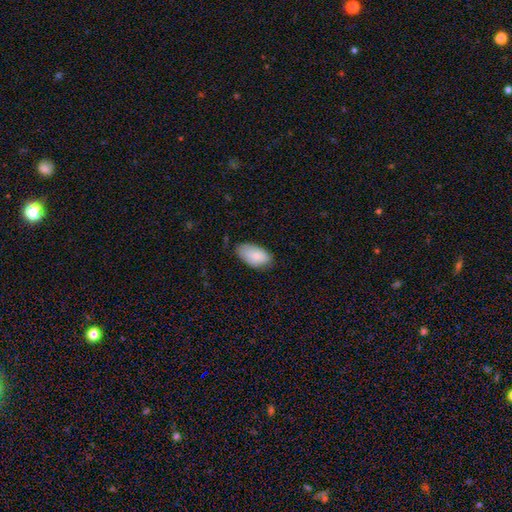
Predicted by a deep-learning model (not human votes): Smooth or featured: smooth — 82% (featured or disk — 11%)
How rounded: in between — 95% (round — 3%)
Merging: none — 68% (minor disturbance — 27%)